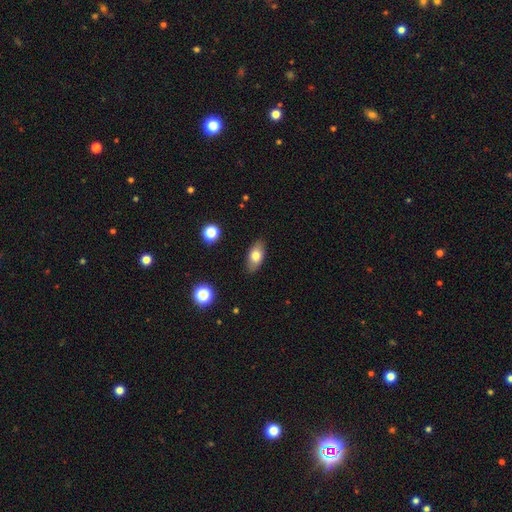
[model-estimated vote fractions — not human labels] Smooth or featured?
  - smooth: 76% *
  - featured or disk: 16%
  - star or artifact: 8%
How rounded?
  - in between: 88% *
  - round: 7%
  - cigar-shaped: 5%
Merging?
  - none: 85% *
  - minor disturbance: 11%
  - major disturbance: 2%
  - merger: 1%